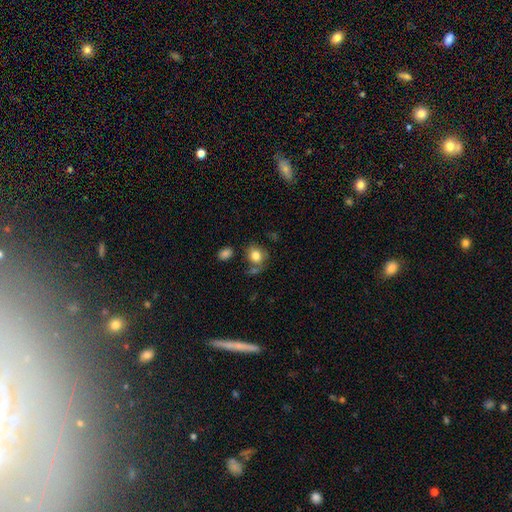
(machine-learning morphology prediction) smooth-or-featured: smooth: 80% | featured or disk: 11% | star or artifact: 9%
  how-rounded: round: 62% | in between: 37% | cigar-shaped: 1%
  merging: none: 62% | minor disturbance: 19% | merger: 11% | major disturbance: 7%